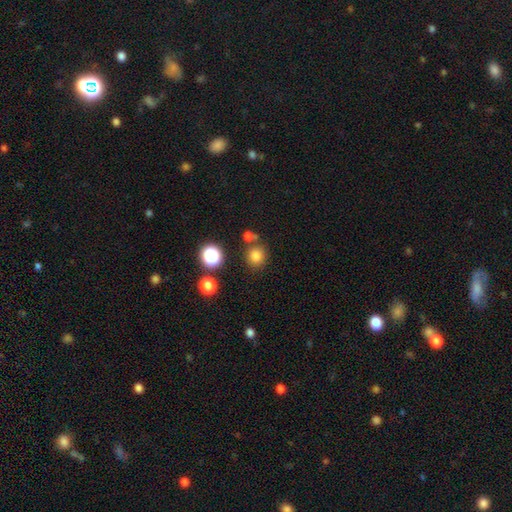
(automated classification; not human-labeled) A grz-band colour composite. It shows a smooth galaxy with no disk features (79%) that is round (87%). Merging: none (76%).